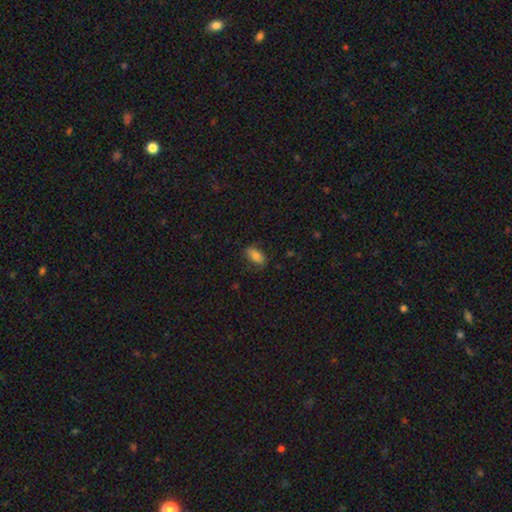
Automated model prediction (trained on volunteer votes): Smooth or featured? smooth (77%)
How rounded? in between (89%)
Merging? none (76%)